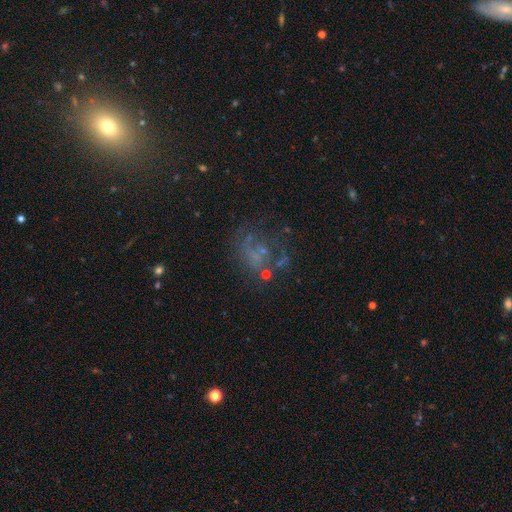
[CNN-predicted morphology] This appears to be a featured or disk galaxy (46%). Merging: none (45%).